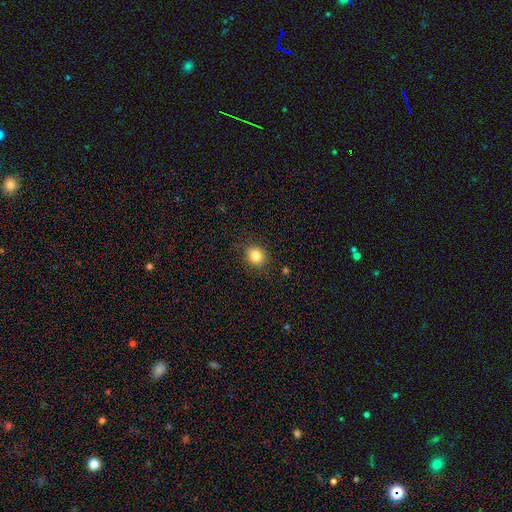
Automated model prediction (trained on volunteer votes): Morphology: type=smooth (84%); roundness=round (77%); merging=none (86%).